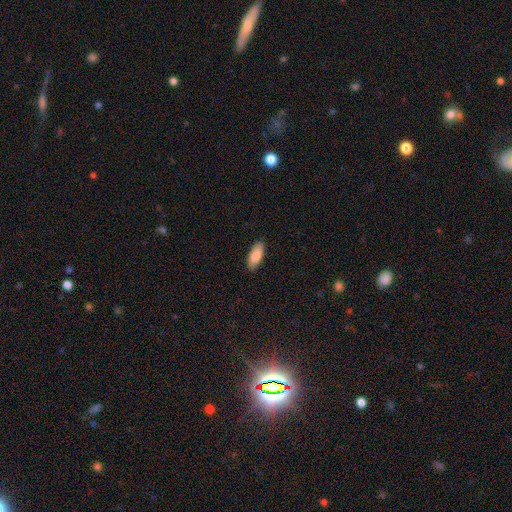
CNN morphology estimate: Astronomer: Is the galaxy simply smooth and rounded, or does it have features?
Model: smooth — 86%.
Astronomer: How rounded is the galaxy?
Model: in between — 80%.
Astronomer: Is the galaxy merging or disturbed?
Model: none — 88%.